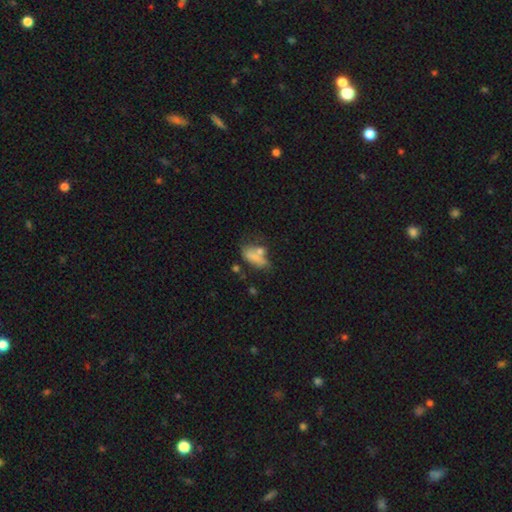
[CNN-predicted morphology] A smooth galaxy with no disk features (64%) that is in between round and cigar-shaped (75%).

Vote fractions:
- Smooth or featured? smooth: 64% / featured or disk: 24% / star or artifact: 11%
- How rounded? in between: 75% / cigar-shaped: 17% / round: 8%
- Merging? none: 33% / merger: 31% / minor disturbance: 21% / major disturbance: 15%